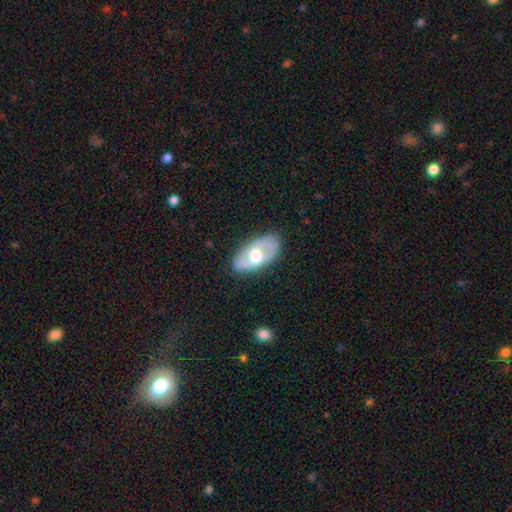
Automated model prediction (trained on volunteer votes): smooth_or_featured: featured or disk (p=0.60) [alt: smooth p=0.35]
disk_edge_on: no (p=0.87) [alt: yes p=0.13]
bar: no (p=0.67) [alt: weak p=0.26]
has_spiral_arms: no (p=0.54) [alt: yes p=0.46]
bulge_size: moderate (p=0.58) [alt: large p=0.34]
merging: none (p=0.81) [alt: minor disturbance p=0.14]